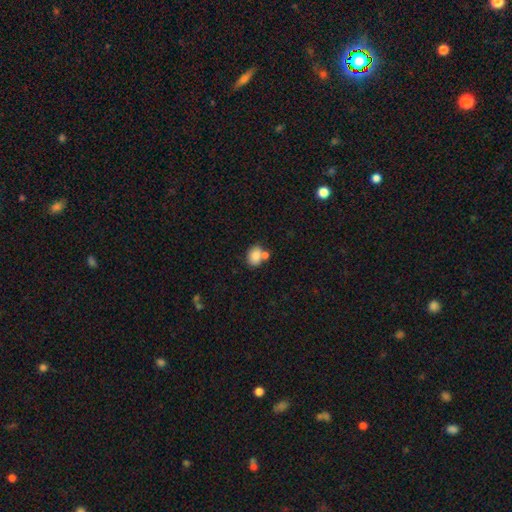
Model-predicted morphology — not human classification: The model was most divided on "merging": none: 53%, merger: 30%, minor disturbance: 13%, major disturbance: 4%. More confident: smooth or featured — smooth (84%); how rounded — in between (64%).